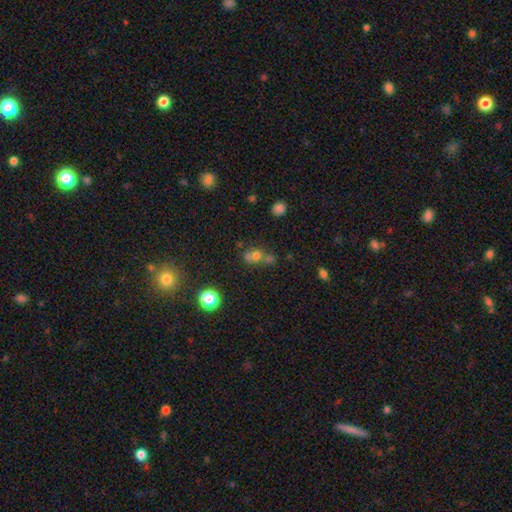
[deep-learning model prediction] Smooth or featured? smooth (63%)
How rounded? round (65%)
Merging? merger (48%)